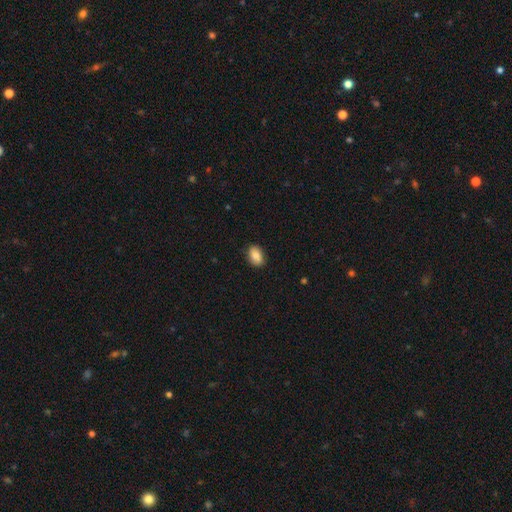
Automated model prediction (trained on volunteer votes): This is clearly a smooth galaxy (82%). How rounded: clearly in between (86%). Merging: clearly none (87%).